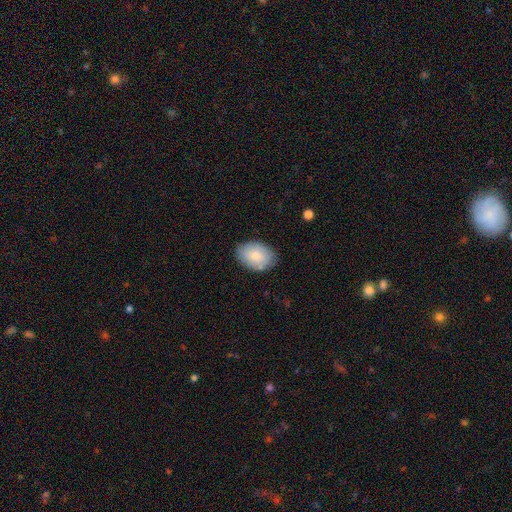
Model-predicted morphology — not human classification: Smooth or featured? Predicted: smooth (p=0.81). How rounded? Predicted: in between (p=0.82). Merging? Predicted: none (p=0.80).